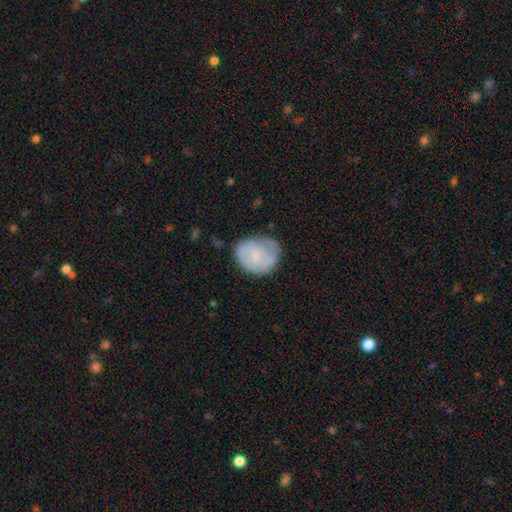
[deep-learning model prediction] A smooth galaxy with no disk features (59%) that is round (62%).

Vote fractions:
- Smooth or featured? smooth: 59% / featured or disk: 34% / star or artifact: 7%
- How rounded? round: 62% / in between: 37% / cigar-shaped: 1%
- Merging? none: 61% / minor disturbance: 28% / major disturbance: 9% / merger: 2%